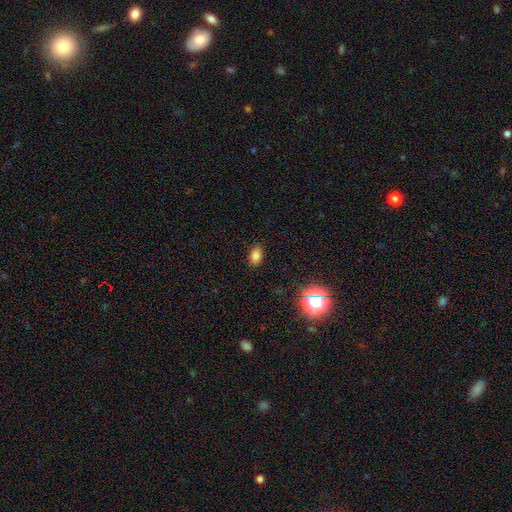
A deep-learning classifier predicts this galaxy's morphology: Smooth or featured?
  - smooth: 80% *
  - star or artifact: 14%
  - featured or disk: 6%
How rounded?
  - in between: 85% *
  - round: 14%
  - cigar-shaped: 1%
Merging?
  - none: 87% *
  - minor disturbance: 10%
  - major disturbance: 2%
  - merger: 1%